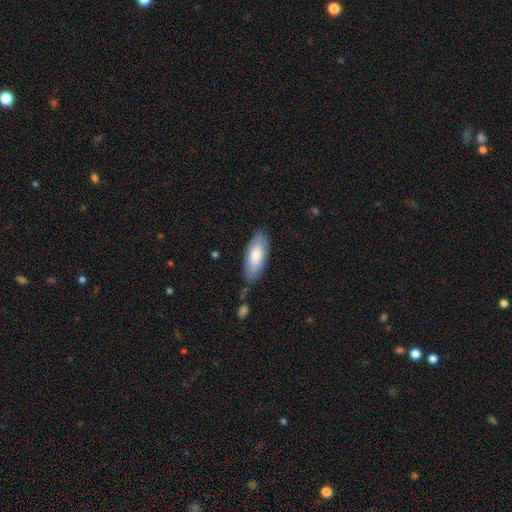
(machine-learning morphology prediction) Smooth or featured?
  - smooth: 76% *
  - featured or disk: 19%
  - star or artifact: 5%
How rounded?
  - in between: 77% *
  - cigar-shaped: 21%
  - round: 2%
Merging?
  - none: 74% *
  - minor disturbance: 19%
  - major disturbance: 4%
  - merger: 3%